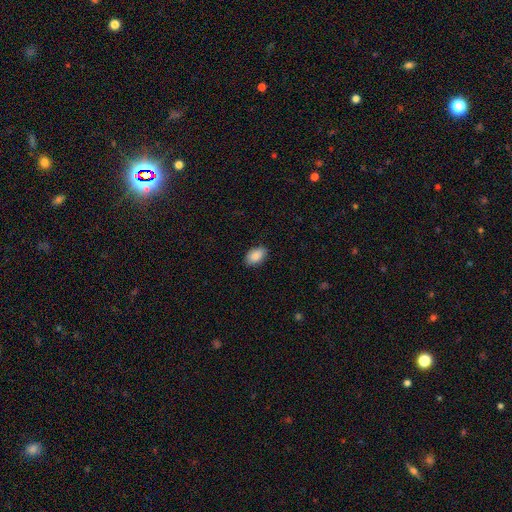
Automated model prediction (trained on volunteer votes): smooth 89%, star or artifact 7%, featured or disk 4%. Down the decision tree: how rounded — in between (92%); merging — none (86%).